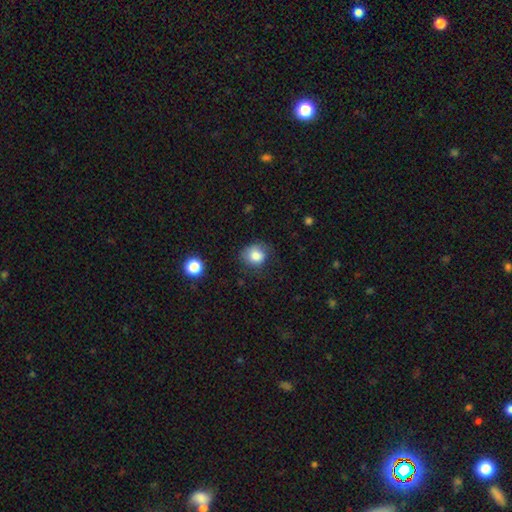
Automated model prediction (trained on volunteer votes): Smooth or featured: smooth — 83% (star or artifact — 10%)
How rounded: round — 72% (in between — 27%)
Merging: none — 63% (minor disturbance — 26%)